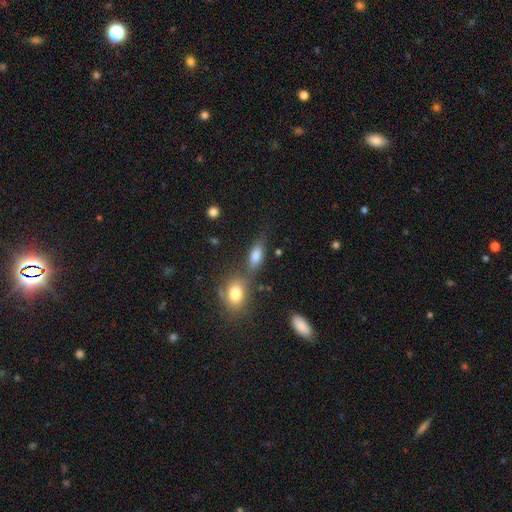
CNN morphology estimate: smooth 76%, featured or disk 13%, star or artifact 10%. Down the decision tree: how rounded — in between (78%); merging — none (50%).